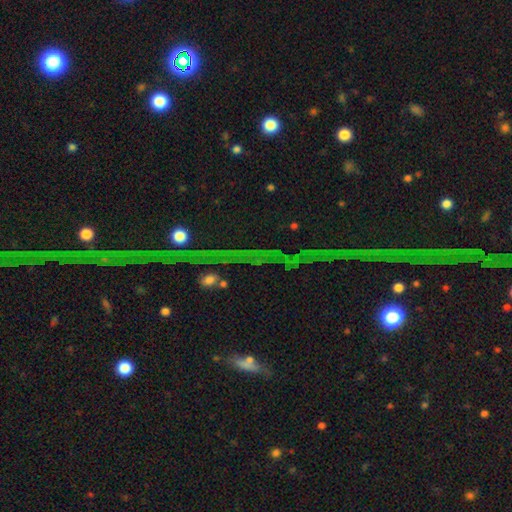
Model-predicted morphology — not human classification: Smooth or featured? star or artifact (76%)